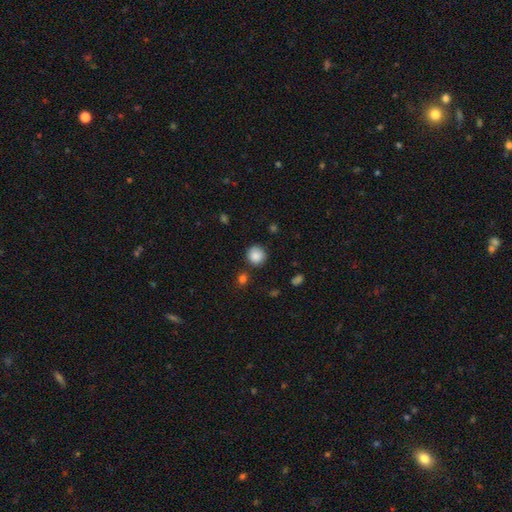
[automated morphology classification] Smooth or featured?
  - smooth: 87% *
  - star or artifact: 9%
  - featured or disk: 4%
How rounded?
  - round: 91% *
  - in between: 8%
  - cigar-shaped: 1%
Merging?
  - none: 83% *
  - minor disturbance: 10%
  - merger: 3%
  - major disturbance: 3%